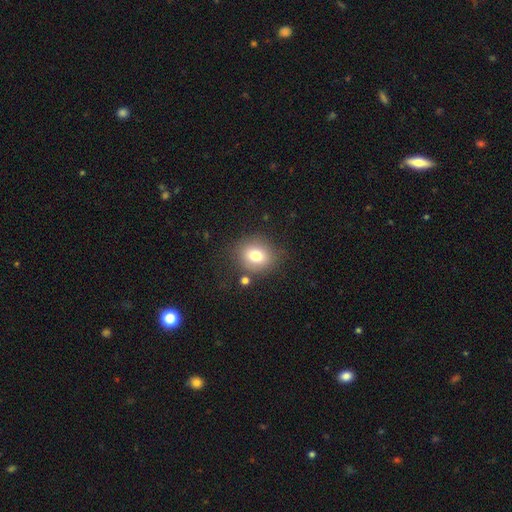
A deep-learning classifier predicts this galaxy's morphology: smooth-or-featured: smooth: 76% | featured or disk: 12% | star or artifact: 12%
  how-rounded: round: 70% | in between: 29% | cigar-shaped: 1%
  merging: none: 79% | minor disturbance: 12% | merger: 5% | major disturbance: 4%